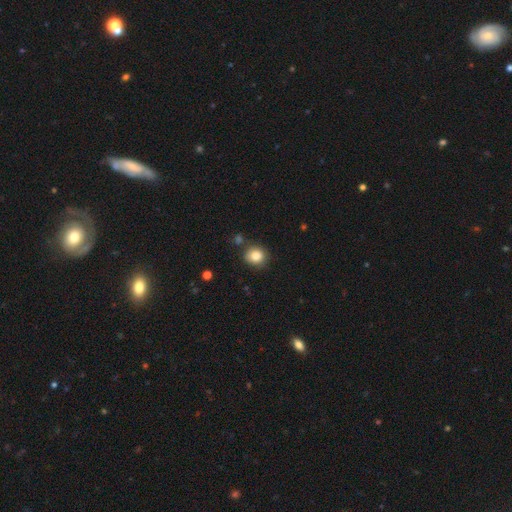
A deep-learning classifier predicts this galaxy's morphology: smooth-or-featured: smooth: 83% | star or artifact: 10% | featured or disk: 7%
  how-rounded: round: 81% | in between: 18% | cigar-shaped: 1%
  merging: none: 82% | minor disturbance: 11% | merger: 5% | major disturbance: 3%